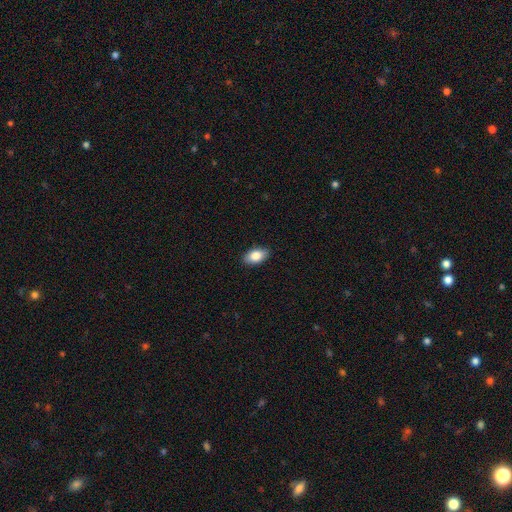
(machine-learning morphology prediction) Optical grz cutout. It shows a smooth galaxy with no disk features (84%) that is in between round and cigar-shaped (92%). Merging: none (88%).